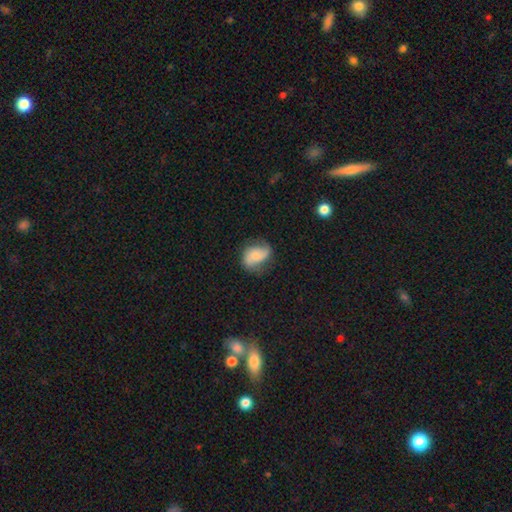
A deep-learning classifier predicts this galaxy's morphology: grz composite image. It shows a featured or disk galaxy (59%) with no bar (62%), 2 (86%) loose (47%) spiral arms (92%) and a small central bulge (47%). Merging: none (67%).